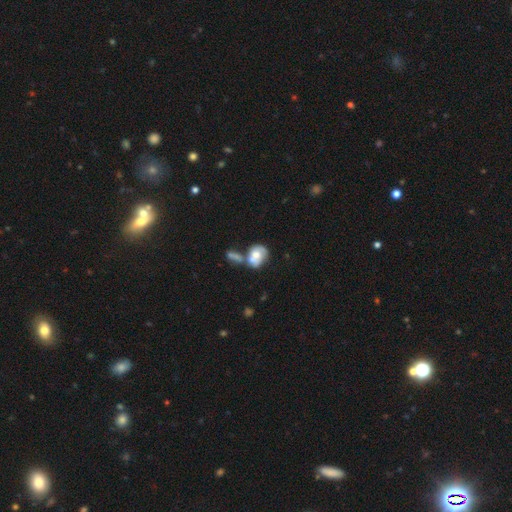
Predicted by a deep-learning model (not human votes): A smooth galaxy with no disk features (55%) that is in between round and cigar-shaped (61%).

Vote fractions:
- Smooth or featured? smooth: 55% / featured or disk: 37% / star or artifact: 8%
- How rounded? in between: 61% / round: 37% / cigar-shaped: 2%
- Merging? merger: 53% / none: 20% / minor disturbance: 14% / major disturbance: 13%